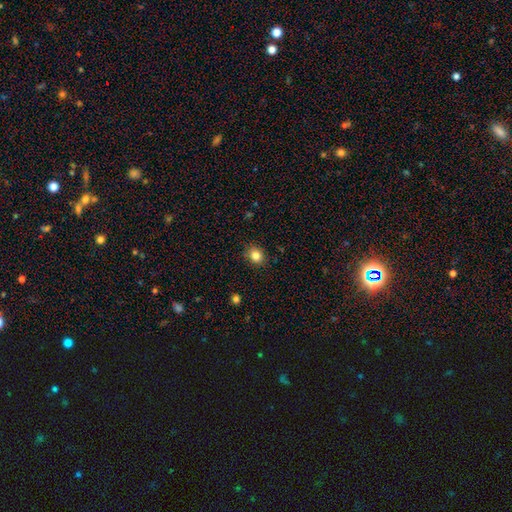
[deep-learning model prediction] Morphology: type=smooth (84%); roundness=round (63%); merging=none (88%).